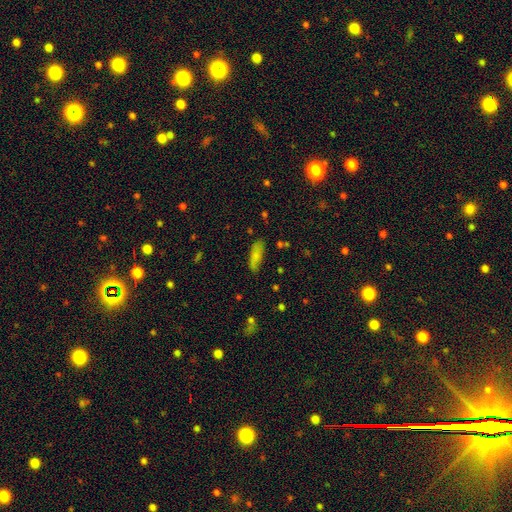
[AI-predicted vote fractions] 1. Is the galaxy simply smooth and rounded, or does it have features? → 79% smooth, 13% featured or disk, 8% star or artifact.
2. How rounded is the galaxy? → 60% in between, 37% cigar-shaped, 2% round.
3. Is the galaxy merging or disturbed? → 77% none, 17% minor disturbance, 4% major disturbance, 2% merger.